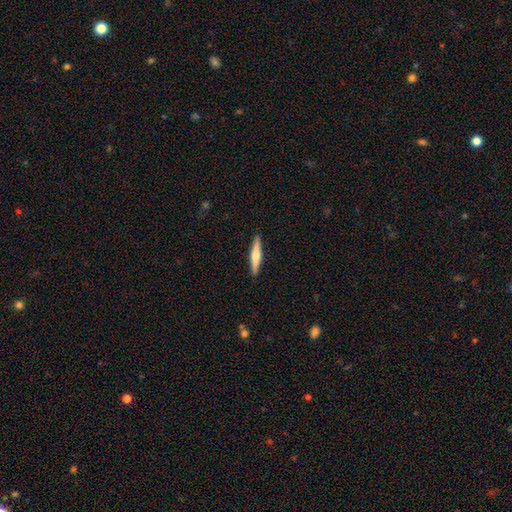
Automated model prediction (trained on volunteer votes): A featured or disk galaxy (52%) viewed edge-on (97%) with a rounded central bulge (79%). Merging: none (91%).